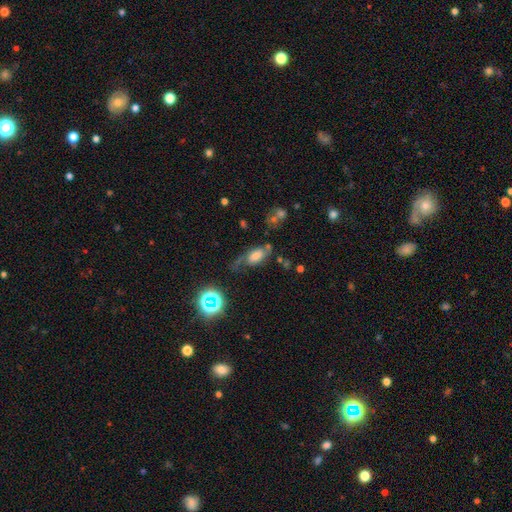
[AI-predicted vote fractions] This appears to be a smooth galaxy with no disk features (48%). Merging: none (45%).